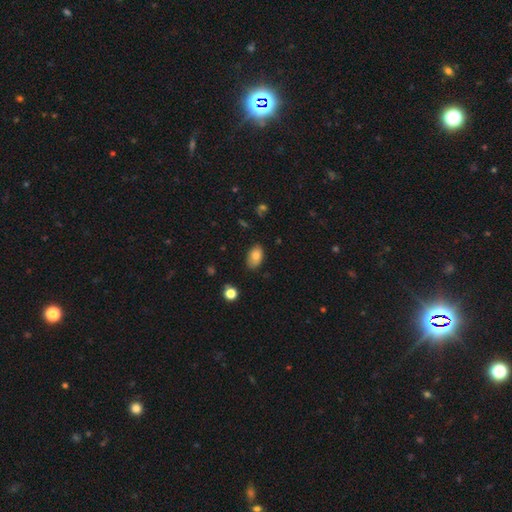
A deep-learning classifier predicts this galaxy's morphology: Smooth or featured? Predicted: smooth (p=0.80). How rounded? Predicted: in between (p=0.90). Merging? Predicted: none (p=0.77).